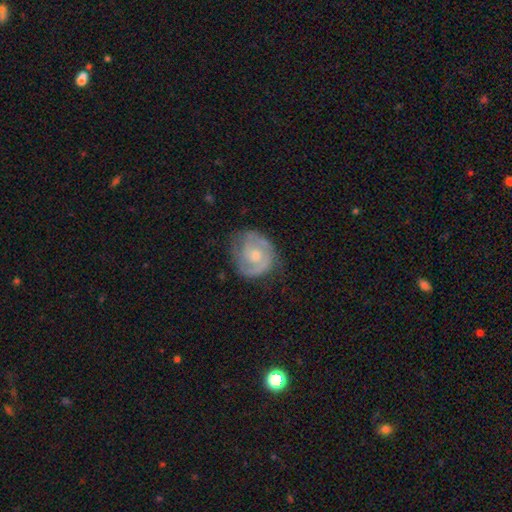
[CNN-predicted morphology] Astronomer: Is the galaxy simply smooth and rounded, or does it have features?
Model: featured or disk — 81%.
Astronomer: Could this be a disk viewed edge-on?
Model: no — 98%.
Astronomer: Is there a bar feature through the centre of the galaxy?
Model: no — 69%.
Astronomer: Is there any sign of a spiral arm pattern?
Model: yes — 94%.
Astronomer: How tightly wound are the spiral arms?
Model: tight — 53% (runner-up: medium, 38%).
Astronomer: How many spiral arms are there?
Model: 2 — 67%.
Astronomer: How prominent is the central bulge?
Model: moderate — 51% (runner-up: small, 42%).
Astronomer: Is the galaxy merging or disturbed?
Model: none — 71%.